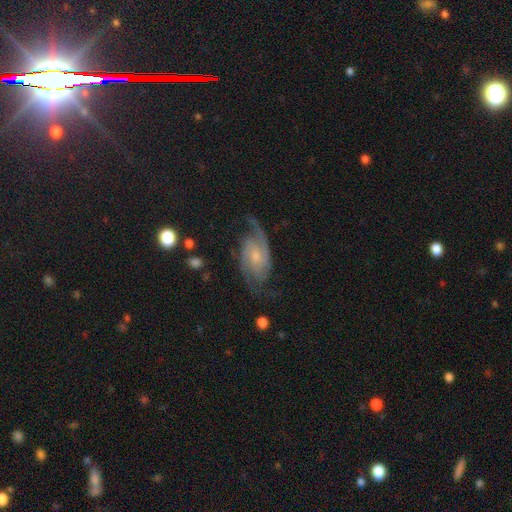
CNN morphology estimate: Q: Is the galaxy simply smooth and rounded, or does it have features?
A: featured or disk — 89%.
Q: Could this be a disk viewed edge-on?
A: no — 97%.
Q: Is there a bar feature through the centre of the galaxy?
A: no — 58%.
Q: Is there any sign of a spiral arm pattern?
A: yes — 98%.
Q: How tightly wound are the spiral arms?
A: medium — 50%.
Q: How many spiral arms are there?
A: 2 — 84%.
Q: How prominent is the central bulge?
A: small — 56%.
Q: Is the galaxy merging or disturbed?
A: none — 71%.